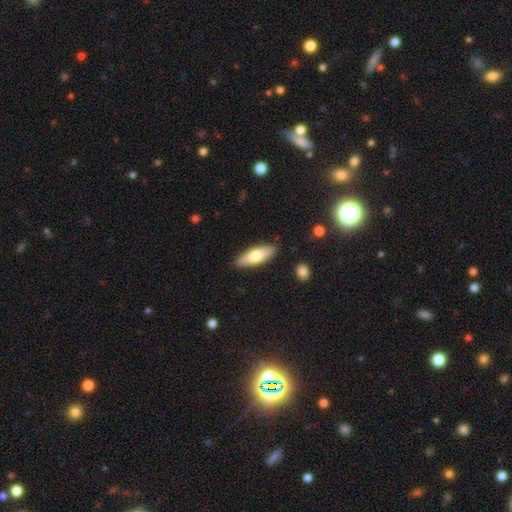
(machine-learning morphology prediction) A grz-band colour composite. It shows a smooth galaxy with no disk features (67%) that is in between round and cigar-shaped (58%). Merging: none (87%).